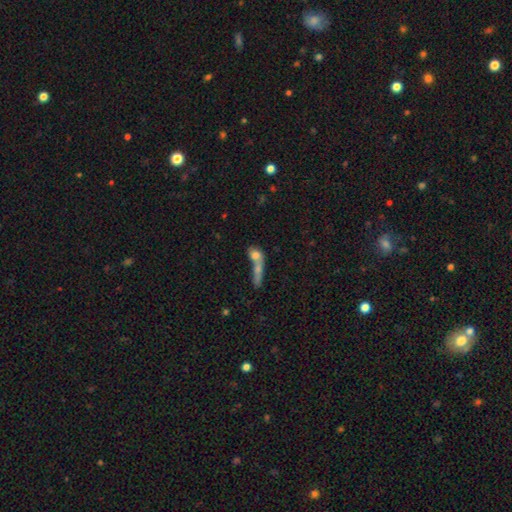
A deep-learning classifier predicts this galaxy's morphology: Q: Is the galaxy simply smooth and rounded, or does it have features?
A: smooth — 67%.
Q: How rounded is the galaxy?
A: in between — 37%.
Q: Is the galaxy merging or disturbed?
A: merger — 62%.